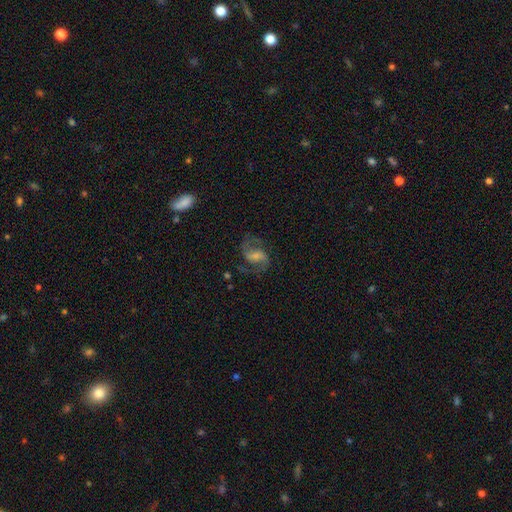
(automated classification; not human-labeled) smooth-or-featured: featured or disk: 79% | smooth: 14% | star or artifact: 7%
  disk-edge-on: no: 98% | yes: 2%
    bar: weak: 48% | no: 30% | strong: 22%
    has-spiral-arms: yes: 95% | no: 5%
      spiral-winding: medium: 52% | loose: 36% | tight: 11%
      spiral-arm-count: 2: 91% | can't tell: 3% | 1: 2% | 3: 2% | 4: 1% | more than 4: 1%
    bulge-size: small: 40% | moderate: 31% | none: 19% | large: 9% | dominant: 2%
  merging: none: 69% | minor disturbance: 16% | major disturbance: 14% | merger: 2%